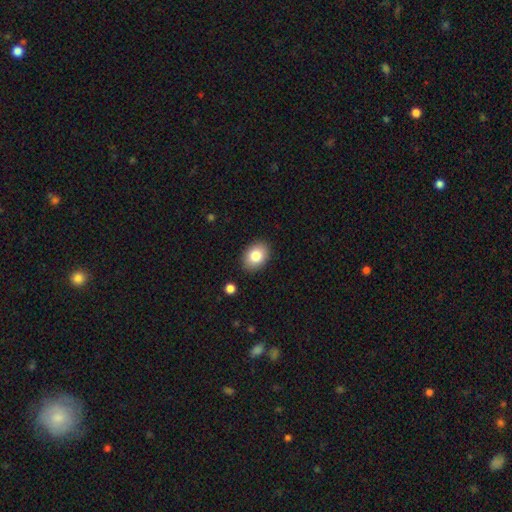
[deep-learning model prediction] Smooth or featured: smooth — 83% (featured or disk — 9%)
How rounded: in between — 70% (round — 29%)
Merging: none — 88% (minor disturbance — 8%)